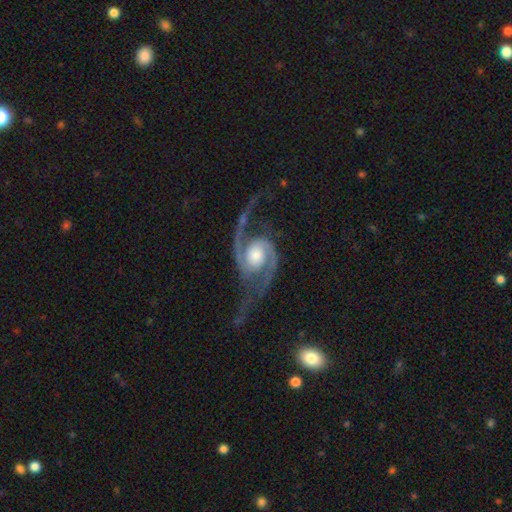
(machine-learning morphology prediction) A featured or disk galaxy (93%) with no bar (67%), 2 (94%) medium (45%) spiral arms (98%) and a moderate central bulge (50%).

Vote fractions:
- Smooth or featured? featured or disk: 93% / star or artifact: 3% / smooth: 3%
- Edge-on disk? no: 98% / yes: 2%
- Bar? no: 67% / weak: 24% / strong: 9%
- Spiral arms? yes: 98% / no: 2%
- Spiral winding? medium: 45% / loose: 41% / tight: 14%
- Spiral arm count? 2: 94% / 1: 1% / can't tell: 1% / 3: 1% / 4: 1% / more than 4: 1%
- Bulge size? moderate: 50% / large: 28% / small: 15% / none: 4% / dominant: 4%
- Merging? none: 60% / major disturbance: 19% / minor disturbance: 17% / merger: 3%